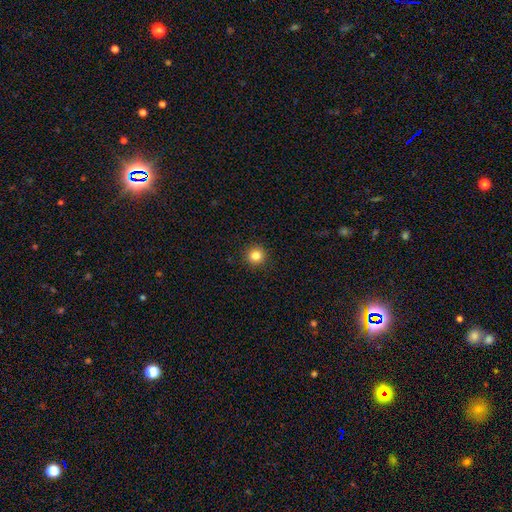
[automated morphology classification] Overall: smooth (84%). How rounded: round (94%). Merging: none (92%).